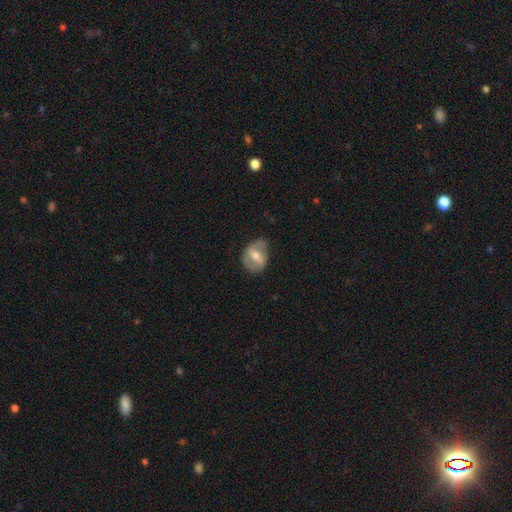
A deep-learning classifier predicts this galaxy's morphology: Smooth or featured?
  - featured or disk: 50% *
  - smooth: 44%
  - star or artifact: 6%
Merging?
  - none: 53% *
  - minor disturbance: 31%
  - major disturbance: 14%
  - merger: 2%